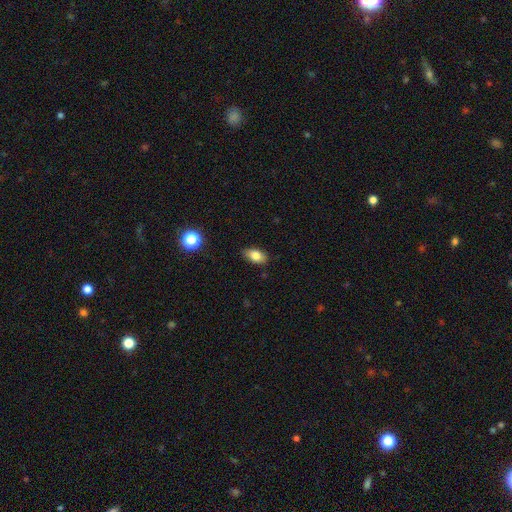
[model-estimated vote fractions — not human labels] This is clearly a smooth galaxy (80%). How rounded: clearly in between (89%). Merging: clearly none (85%).